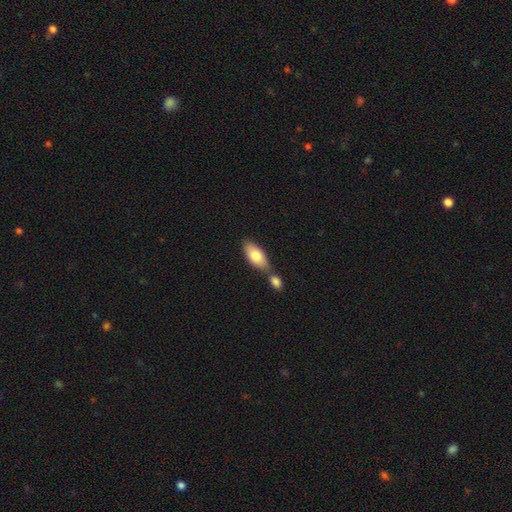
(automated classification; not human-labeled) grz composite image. It shows a smooth galaxy with no disk features (77%) that is in between round and cigar-shaped (89%). Merging: none (47%).